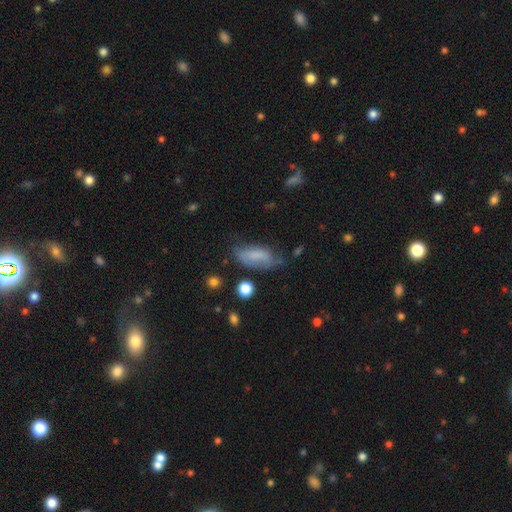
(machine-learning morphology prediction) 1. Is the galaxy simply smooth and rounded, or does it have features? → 70% smooth, 21% featured or disk, 10% star or artifact.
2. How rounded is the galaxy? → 80% in between, 17% cigar-shaped, 3% round.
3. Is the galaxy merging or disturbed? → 49% none, 34% minor disturbance, 14% major disturbance, 4% merger.